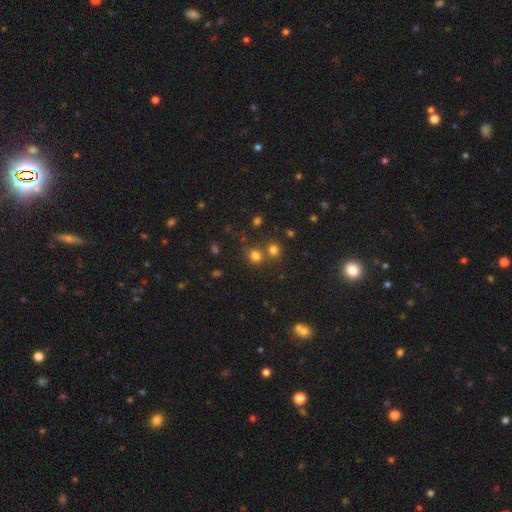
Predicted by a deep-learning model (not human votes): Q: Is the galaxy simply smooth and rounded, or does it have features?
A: smooth — 76%.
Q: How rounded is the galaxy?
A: round — 71%.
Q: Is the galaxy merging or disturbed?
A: none — 61%.